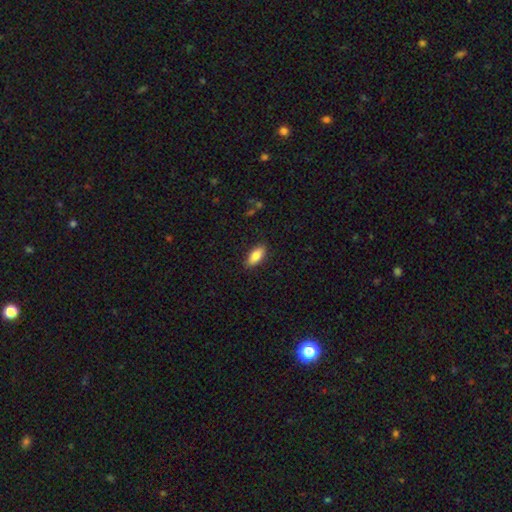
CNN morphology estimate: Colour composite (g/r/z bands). It shows a smooth galaxy with no disk features (83%) that is in between round and cigar-shaped (85%). Merging: none (88%).